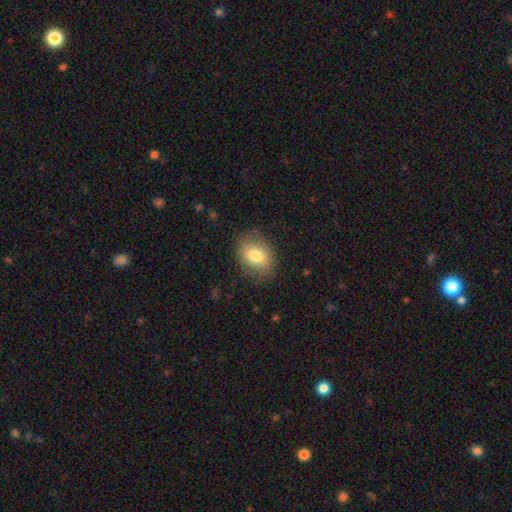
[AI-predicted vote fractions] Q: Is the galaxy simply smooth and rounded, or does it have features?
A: smooth — 77%.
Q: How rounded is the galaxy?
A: in between — 64%.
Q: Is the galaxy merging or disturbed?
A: none — 82%.